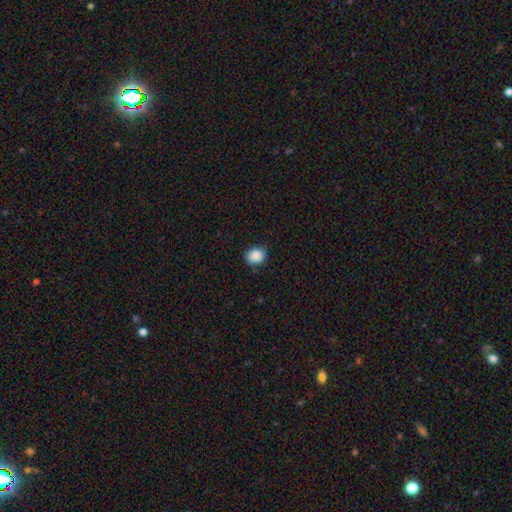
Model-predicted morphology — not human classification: Overall: smooth (88%). How rounded: round (61%; in between 38%). Merging: none (80%).